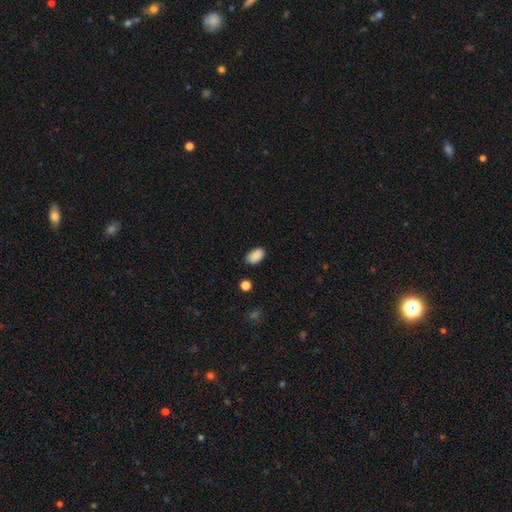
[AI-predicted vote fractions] A smooth galaxy with no disk features (88%) that is in between round and cigar-shaped (90%). Merging: none (83%).